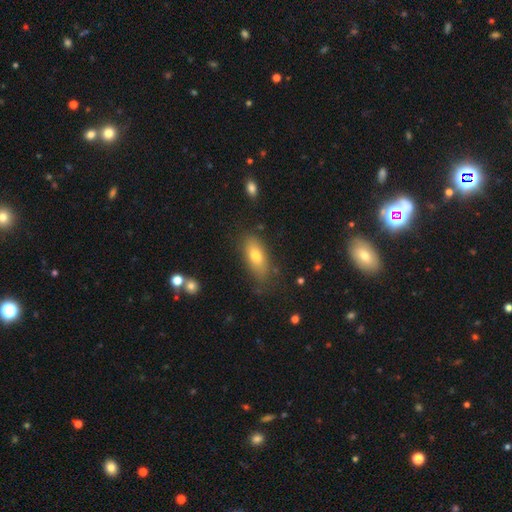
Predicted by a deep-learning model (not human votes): The model was most divided on "smooth or featured": smooth: 74%, featured or disk: 18%, star or artifact: 8%. More confident: how rounded — in between (81%); merging — none (75%).